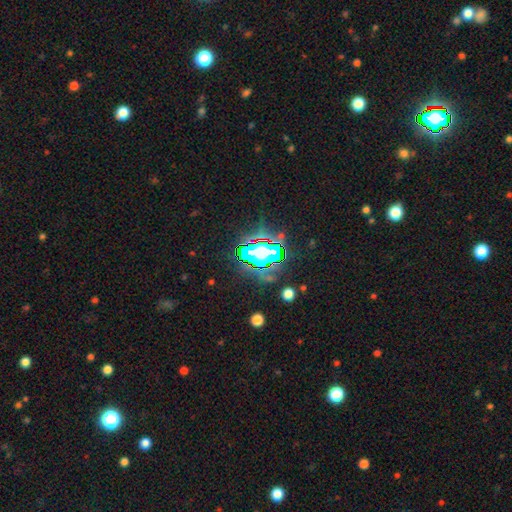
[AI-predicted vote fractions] Smooth or featured?
  - star or artifact: 77% *
  - smooth: 13%
  - featured or disk: 10%